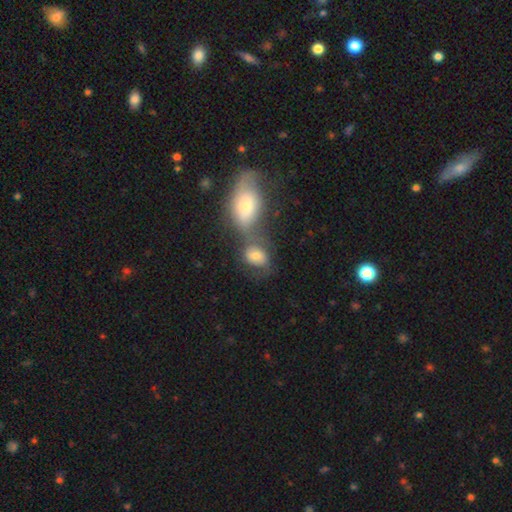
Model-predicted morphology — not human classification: This appears to be a smooth galaxy with no disk features (64%) that is in between round and cigar-shaped (66%). Merging: merger (46%).